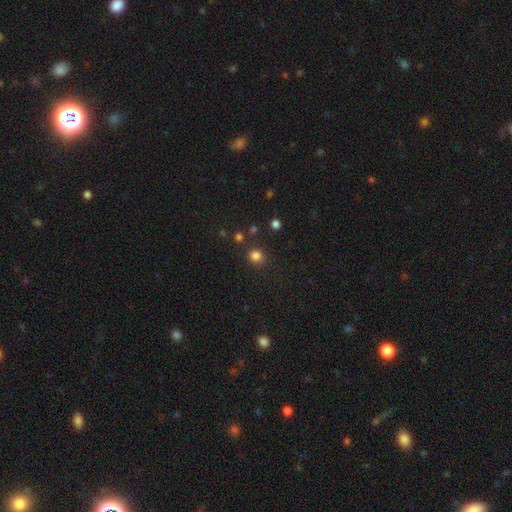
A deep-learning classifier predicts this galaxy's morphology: Smooth or featured? smooth (81%)
How rounded? round (86%)
Merging? none (84%)